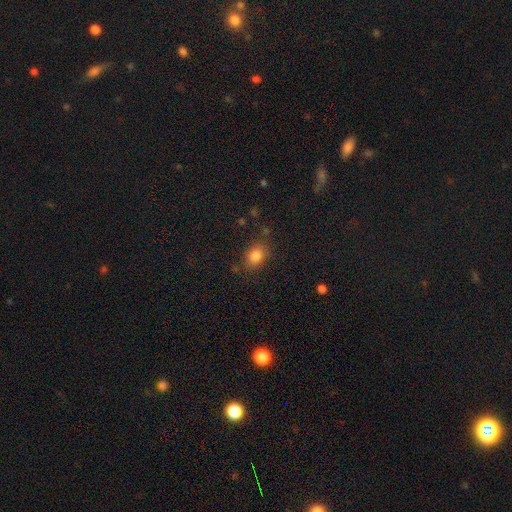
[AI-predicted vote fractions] A smooth galaxy with no disk features (83%) that is in between round and cigar-shaped (62%).

Vote fractions:
- Smooth or featured? smooth: 83% / star or artifact: 11% / featured or disk: 6%
- How rounded? in between: 62% / round: 37% / cigar-shaped: 1%
- Merging? none: 80% / minor disturbance: 13% / major disturbance: 4% / merger: 3%